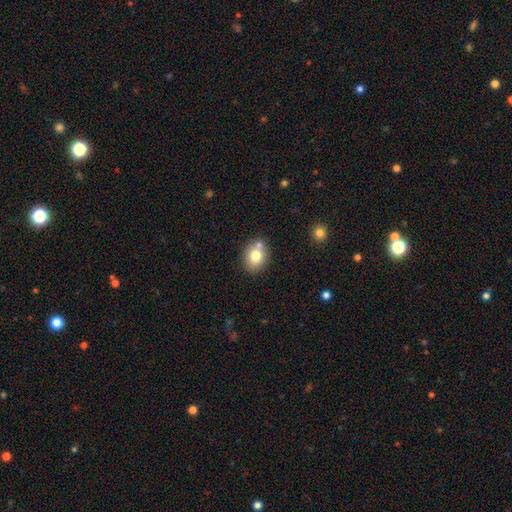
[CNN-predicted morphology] Smooth or featured? Predicted: smooth (p=0.77). How rounded? Predicted: in between (p=0.50). Merging? Predicted: none (p=0.68).